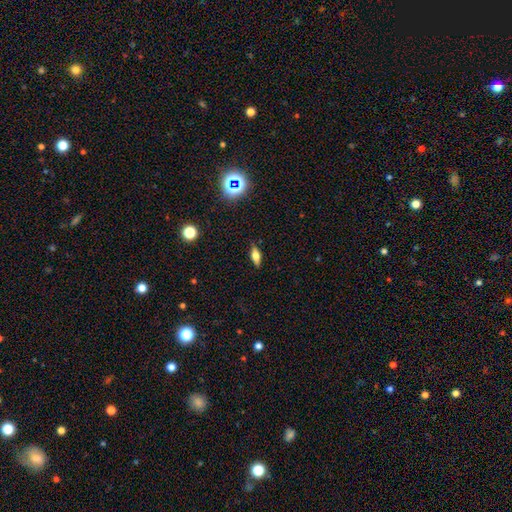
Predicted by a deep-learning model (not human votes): A smooth galaxy with no disk features (53%) that is in between round and cigar-shaped (65%). Merging: none (87%).